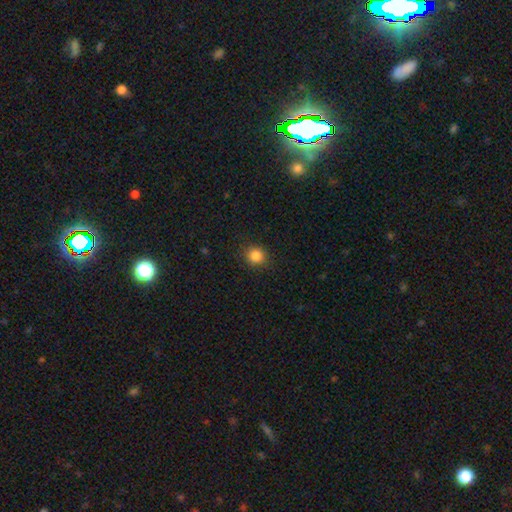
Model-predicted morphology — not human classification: Smooth or featured: smooth — 85% (star or artifact — 11%)
How rounded: round — 89% (in between — 10%)
Merging: none — 89% (minor disturbance — 7%)